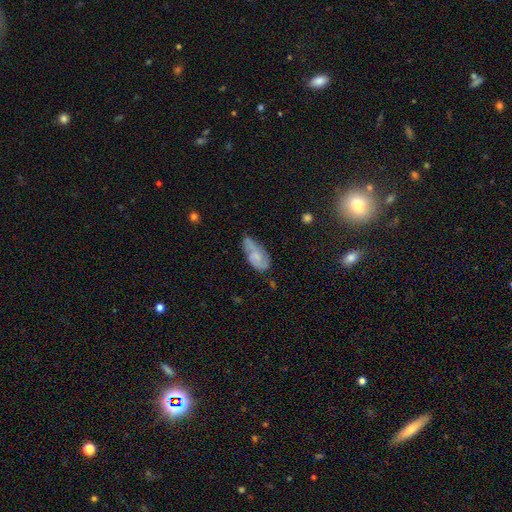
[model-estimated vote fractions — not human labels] featured or disk 51%, smooth 41%, star or artifact 9%. Down the decision tree: edge-on disk — no (93%); merging — none (51%).